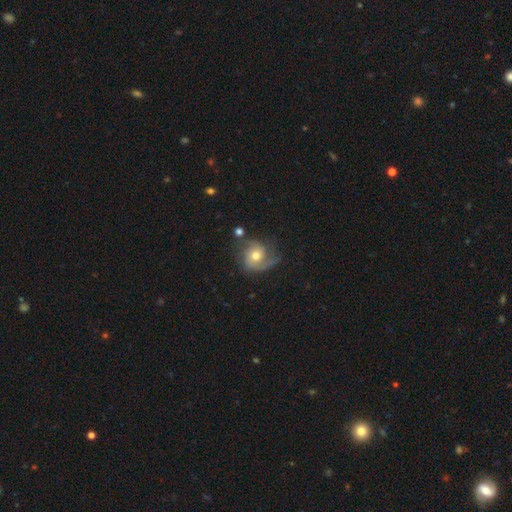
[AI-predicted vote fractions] Q: Smooth or featured?
A: featured or disk (68%); runner-up: smooth (24%)
Q: Edge-on disk?
A: no (97%); runner-up: yes (3%)
Q: Bar?
A: no (73%); runner-up: weak (23%)
Q: Spiral arms?
A: yes (92%); runner-up: no (8%)
Q: Spiral winding?
A: medium (45%); runner-up: loose (30%)
Q: Spiral arm count?
A: 2 (59%); runner-up: 1 (19%)
Q: Bulge size?
A: moderate (70%); runner-up: small (18%)
Q: Merging?
A: none (55%); runner-up: minor disturbance (24%)